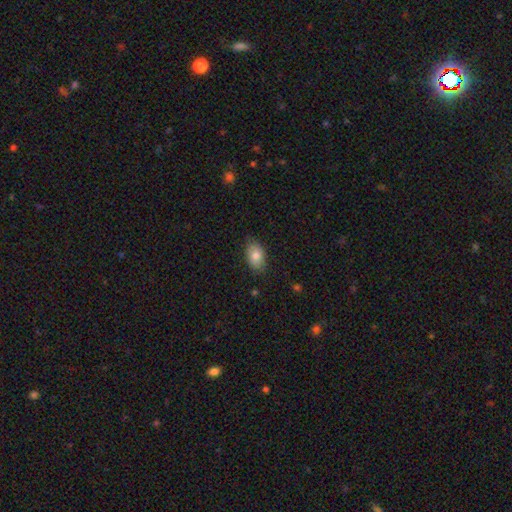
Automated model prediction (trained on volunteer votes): A smooth galaxy with no disk features (81%) that is in between round and cigar-shaped (89%). Merging: none (82%).